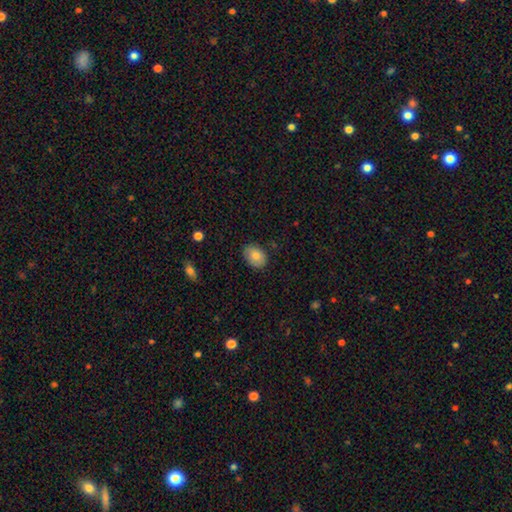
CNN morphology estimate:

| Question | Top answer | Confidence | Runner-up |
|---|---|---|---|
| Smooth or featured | smooth | 81% | featured or disk (12%) |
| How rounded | in between | 78% | round (22%) |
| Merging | none | 84% | minor disturbance (12%) |